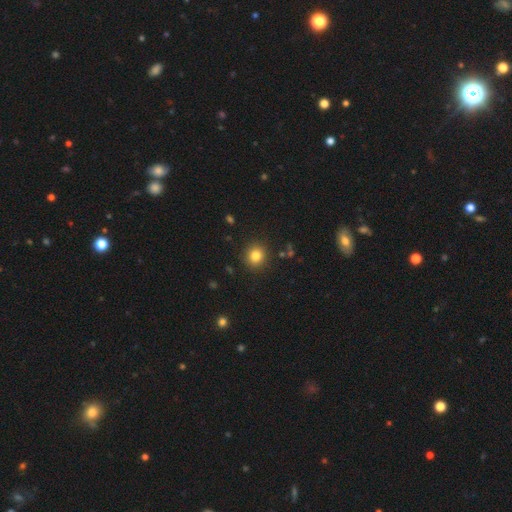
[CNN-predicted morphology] smooth 82%, star or artifact 12%, featured or disk 6%. Down the decision tree: how rounded — round (87%); merging — none (90%).